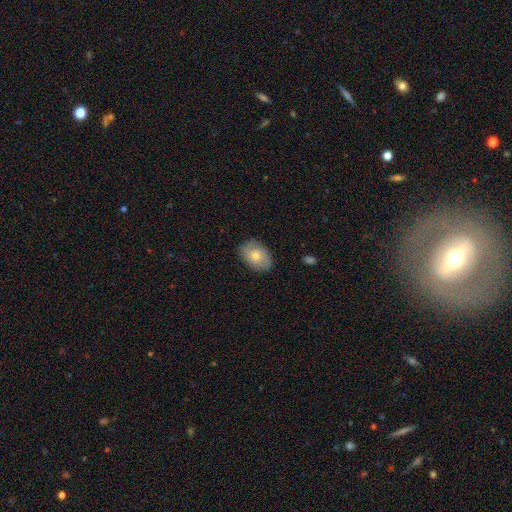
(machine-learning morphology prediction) This is likely a smooth galaxy (70%). How rounded: clearly in between (82%). Merging: clearly none (83%).